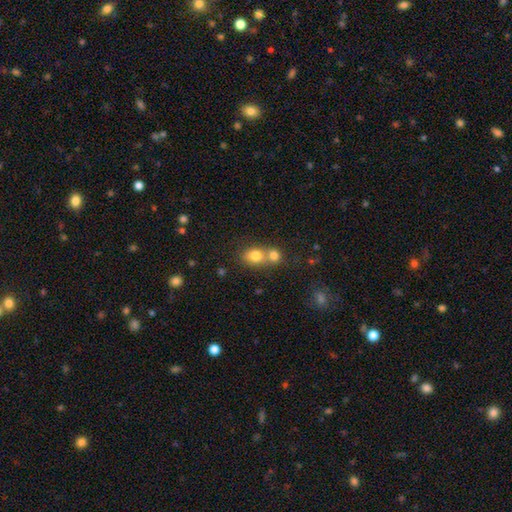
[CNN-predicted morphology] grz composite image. It shows a smooth galaxy with no disk features (78%) that is round (56%). Merging: merger (58%).